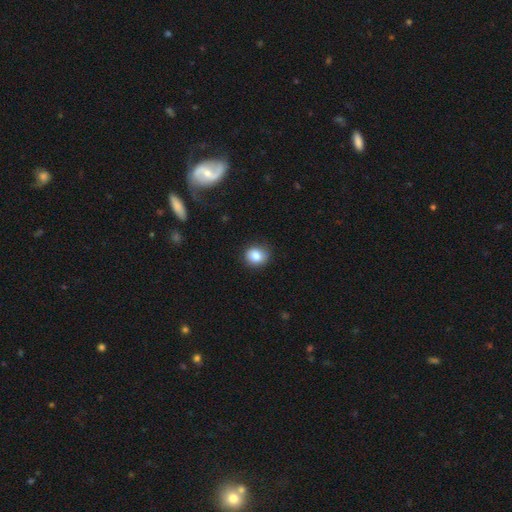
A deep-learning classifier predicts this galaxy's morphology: Smooth or featured? smooth (83%)
How rounded? round (77%)
Merging? none (81%)